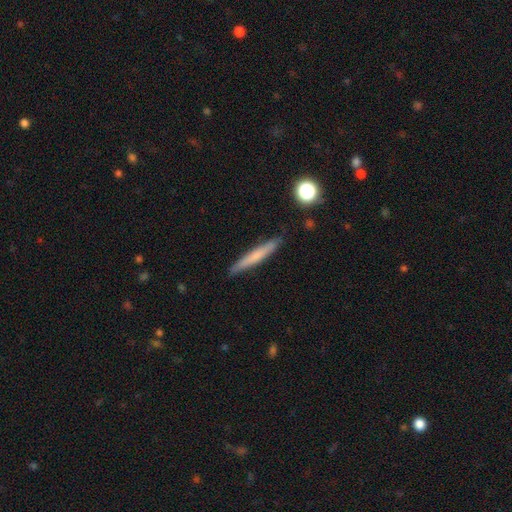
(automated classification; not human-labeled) smooth-or-featured: smooth: 62% | featured or disk: 32% | star or artifact: 7%
  how-rounded: cigar-shaped: 95% | in between: 4% | round: 1%
  merging: none: 87% | minor disturbance: 9% | major disturbance: 2% | merger: 1%